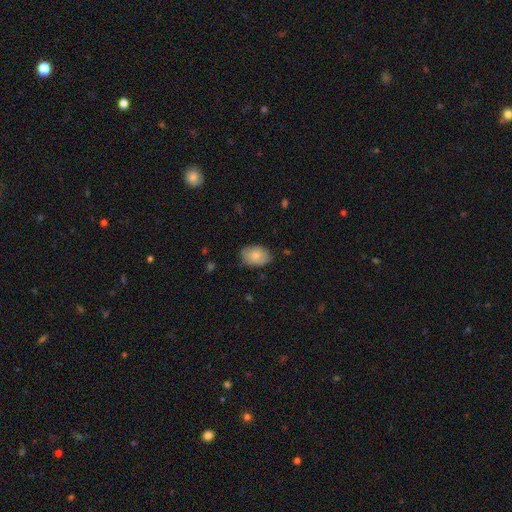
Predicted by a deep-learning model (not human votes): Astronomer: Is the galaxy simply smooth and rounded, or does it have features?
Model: smooth — 80%.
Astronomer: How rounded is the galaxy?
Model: in between — 84%.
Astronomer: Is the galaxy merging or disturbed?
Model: none — 77%.